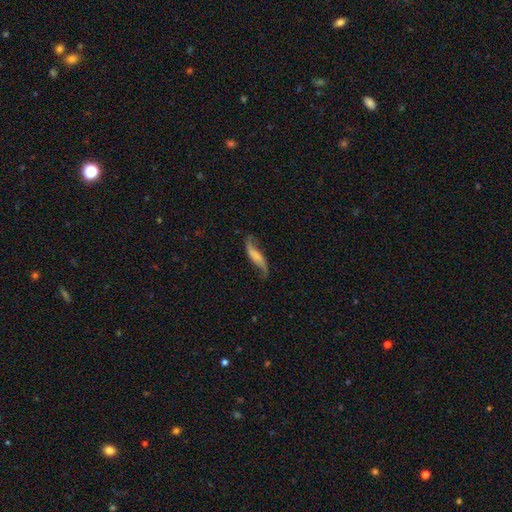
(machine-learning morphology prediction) smooth-or-featured: featured or disk: 74% | smooth: 20% | star or artifact: 7%
  disk-edge-on: no: 83% | yes: 17%
    bar: no: 46% | weak: 32% | strong: 22%
    has-spiral-arms: yes: 93% | no: 7%
      spiral-winding: loose: 91% | medium: 7% | tight: 2%
      spiral-arm-count: 2: 91% | 1: 4% | can't tell: 2% | 3: 1% | 4: 1% | more than 4: 1%
    bulge-size: none: 51% | small: 22% | moderate: 15% | large: 8% | dominant: 3%
  merging: none: 68% | minor disturbance: 19% | major disturbance: 10% | merger: 3%